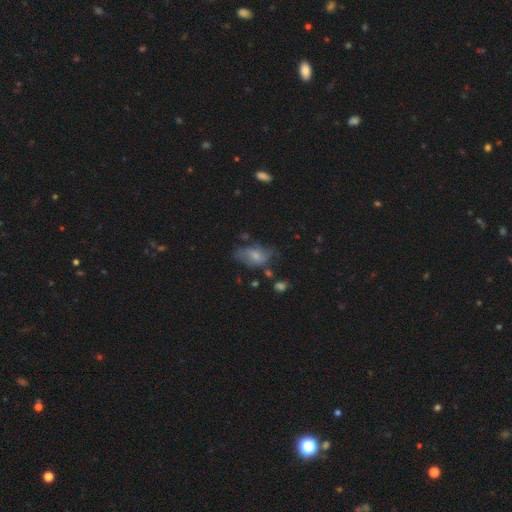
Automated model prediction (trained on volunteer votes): The model was most divided on "merging": none: 42%, minor disturbance: 32%, major disturbance: 22%, merger: 5%. More confident: how rounded — in between (87%); smooth or featured — smooth (52%).